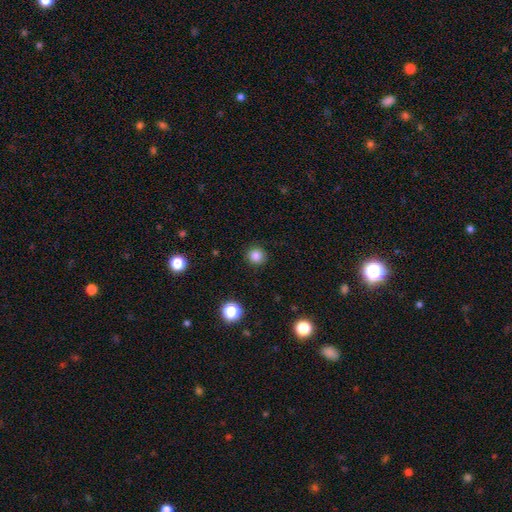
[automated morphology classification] smooth-or-featured: smooth: 83% | star or artifact: 13% | featured or disk: 4%
  how-rounded: round: 93% | in between: 6% | cigar-shaped: 1%
  merging: none: 91% | minor disturbance: 6% | major disturbance: 2% | merger: 1%